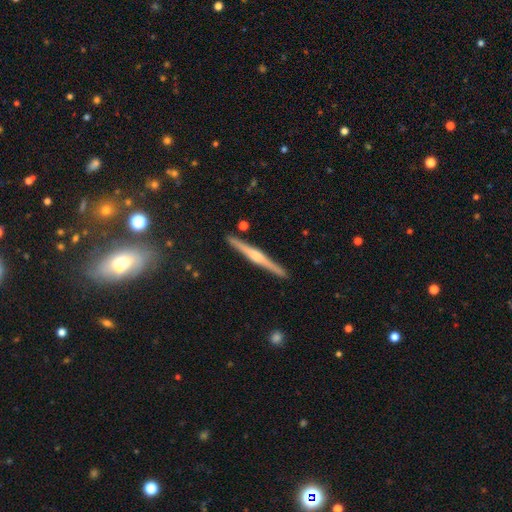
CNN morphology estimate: Smooth or featured? featured or disk (76%)
Edge-on disk? yes (98%)
Edge-on bulge? rounded (72%)
Merging? none (91%)